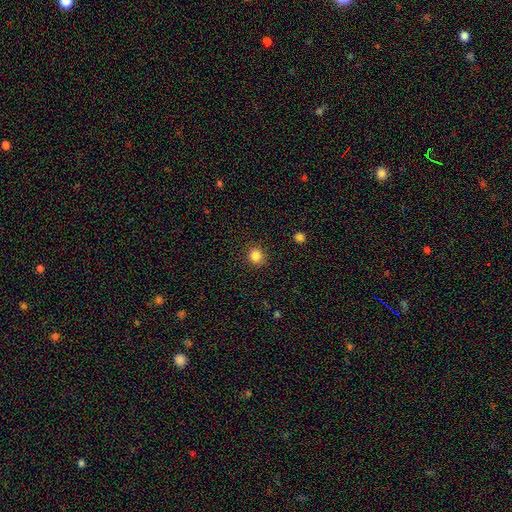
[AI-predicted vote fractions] Overall: smooth (85%). How rounded: round (86%). Merging: none (90%).